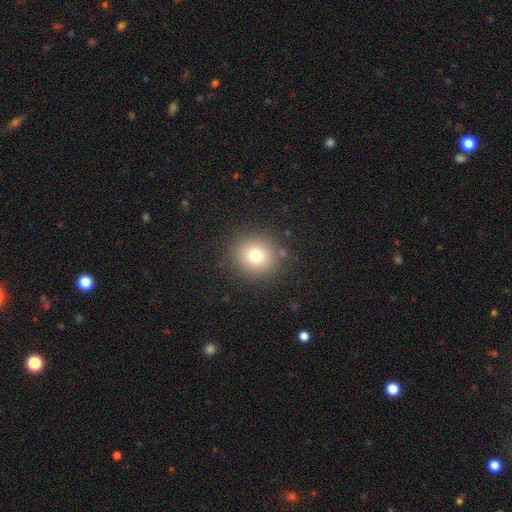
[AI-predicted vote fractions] Smooth or featured: smooth — 75% (star or artifact — 14%)
How rounded: round — 92% (in between — 7%)
Merging: none — 88% (minor disturbance — 7%)